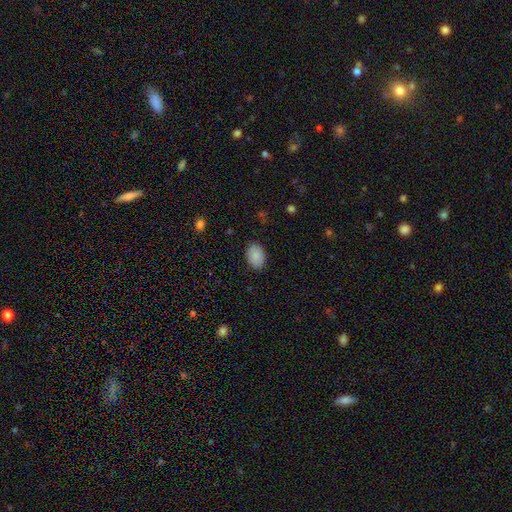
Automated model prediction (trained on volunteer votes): This appears to be a smooth galaxy with no disk features (88%) that is in between round and cigar-shaped (83%). Merging: none (88%).